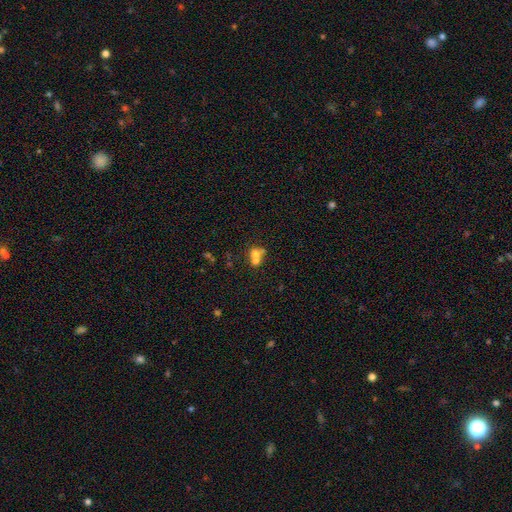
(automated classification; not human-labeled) smooth 64%, featured or disk 22%, star or artifact 14%. Down the decision tree: how rounded — round (70%); merging — merger (65%).